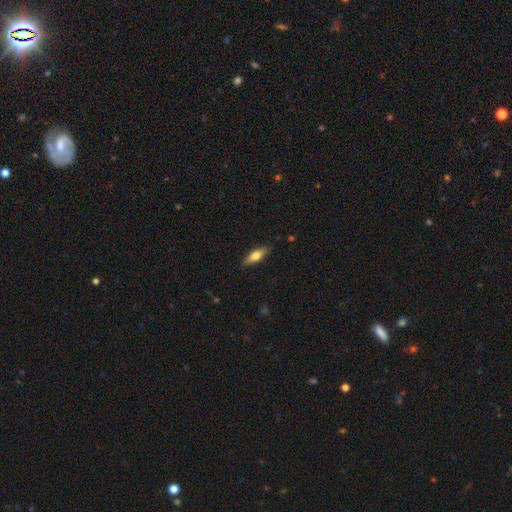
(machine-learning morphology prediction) This appears to be a smooth galaxy with no disk features (60%) that is in between round and cigar-shaped (56%). Merging: none (86%).